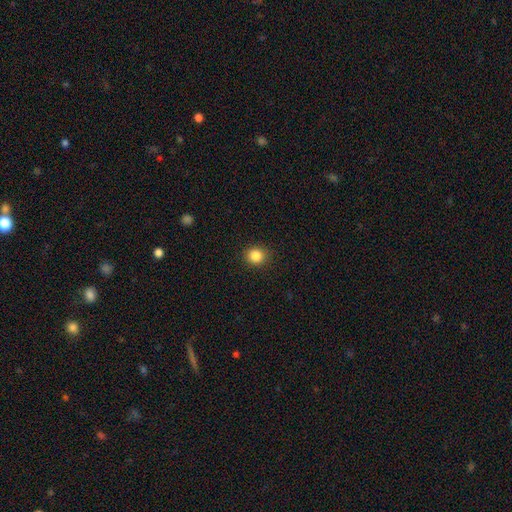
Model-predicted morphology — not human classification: smooth 85%, star or artifact 10%, featured or disk 4%. Down the decision tree: how rounded — round (83%); merging — none (90%).